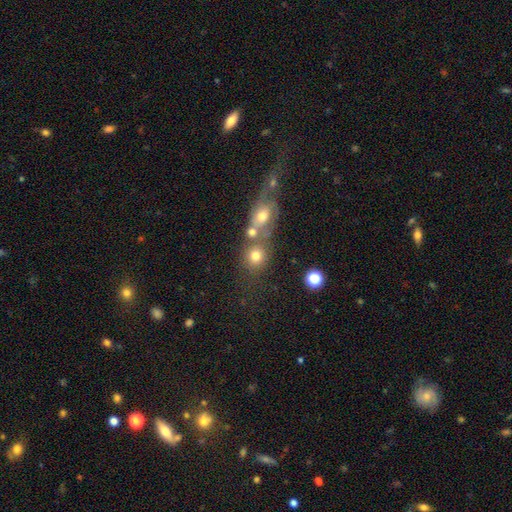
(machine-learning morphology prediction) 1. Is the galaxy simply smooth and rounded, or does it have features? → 73% smooth, 14% star or artifact, 13% featured or disk.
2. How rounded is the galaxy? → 77% round, 21% in between, 1% cigar-shaped.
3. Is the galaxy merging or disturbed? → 47% none, 37% merger, 10% minor disturbance, 6% major disturbance.